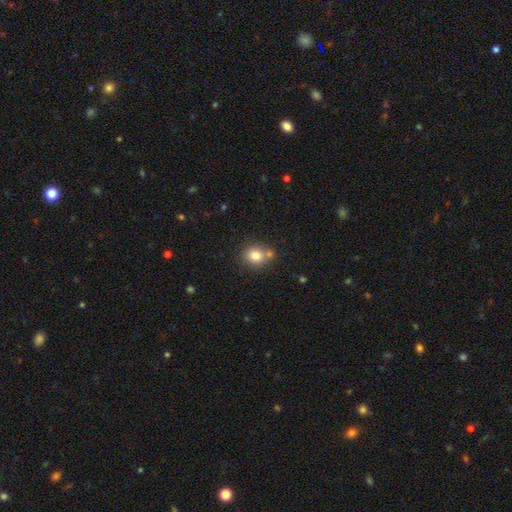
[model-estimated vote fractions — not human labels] Smooth or featured? smooth (80%)
How rounded? round (72%)
Merging? none (63%)